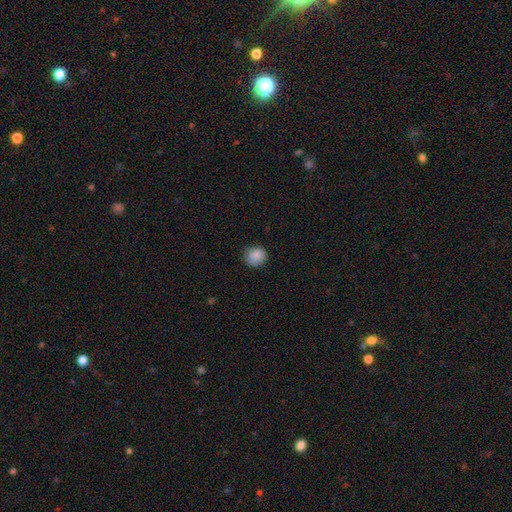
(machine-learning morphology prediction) Smooth or featured: smooth — 86% (star or artifact — 8%)
How rounded: round — 82% (in between — 17%)
Merging: none — 76% (minor disturbance — 19%)